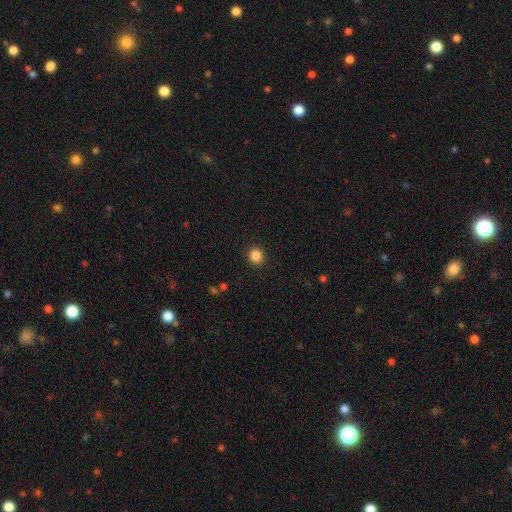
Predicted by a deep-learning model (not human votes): Smooth or featured? Predicted: smooth (p=0.86). How rounded? Predicted: round (p=0.89). Merging? Predicted: none (p=0.90).